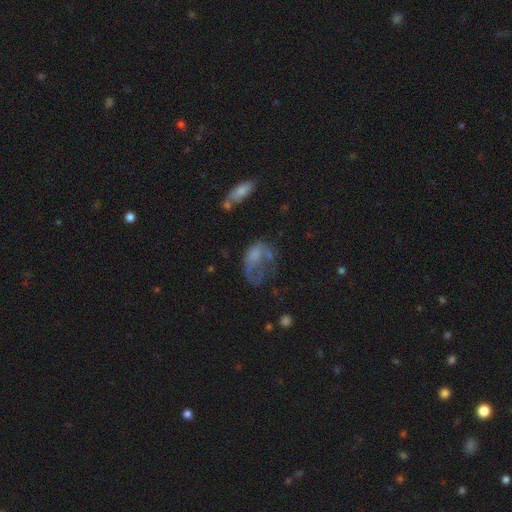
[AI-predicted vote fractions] The model was most divided on "smooth or featured": smooth: 46%, featured or disk: 42%, star or artifact: 12%. Remaining: merging — major disturbance (49%).